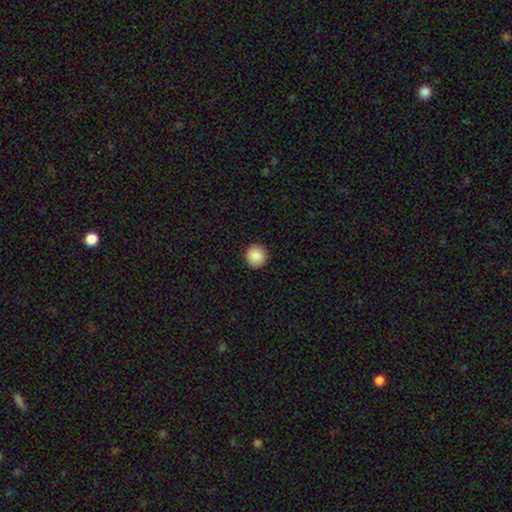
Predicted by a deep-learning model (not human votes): Morphology: type=smooth (89%); roundness=round (94%); merging=none (93%).